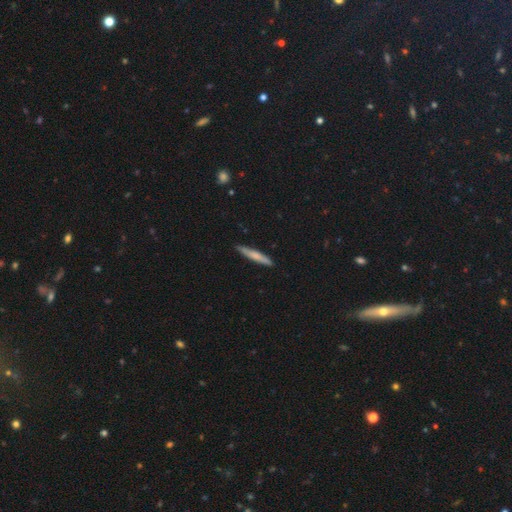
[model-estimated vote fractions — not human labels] smooth_or_featured: smooth (p=0.63) [alt: featured or disk p=0.31]
how_rounded: cigar-shaped (p=0.94) [alt: in between p=0.04]
merging: none (p=0.87) [alt: minor disturbance p=0.10]